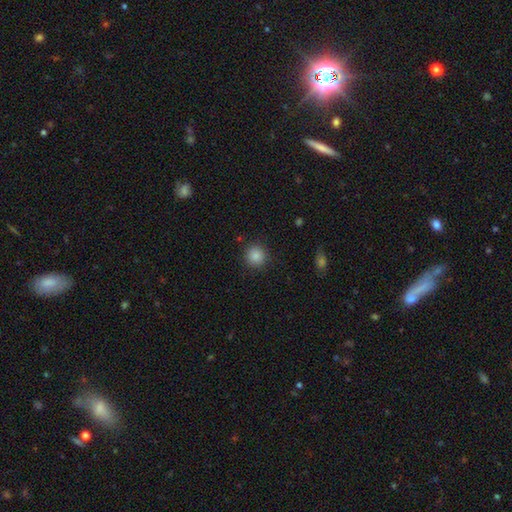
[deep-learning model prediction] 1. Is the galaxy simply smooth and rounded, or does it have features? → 86% smooth, 10% star or artifact, 4% featured or disk.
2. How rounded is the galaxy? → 93% round, 6% in between, 1% cigar-shaped.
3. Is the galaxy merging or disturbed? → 90% none, 6% minor disturbance, 2% major disturbance, 1% merger.